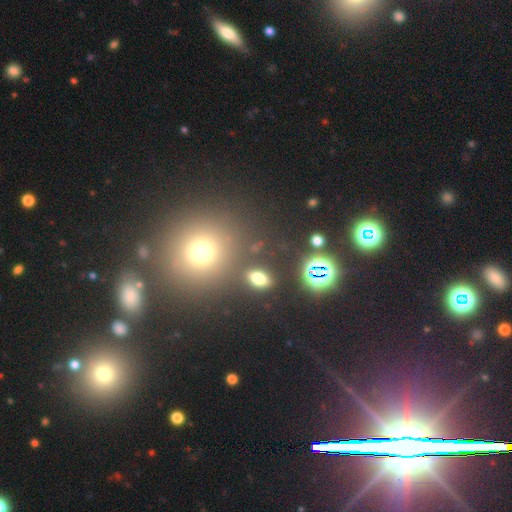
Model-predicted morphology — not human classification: This is possibly a smooth galaxy (50%). How rounded: clearly round (88%). Merging: clearly none (81%).